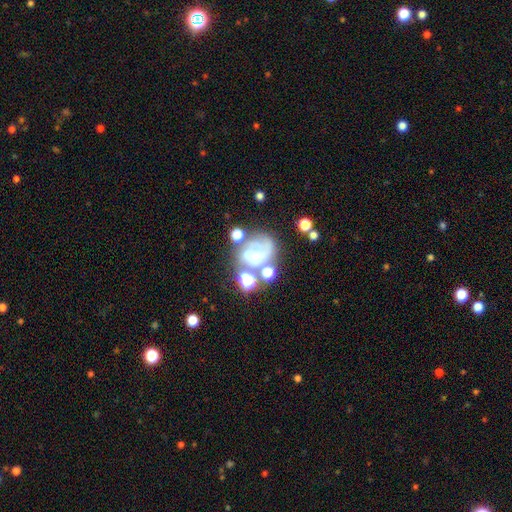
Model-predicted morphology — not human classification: smooth_or_featured: featured or disk (p=0.45) [alt: smooth p=0.35]
merging: none (p=0.36) [alt: major disturbance p=0.23]